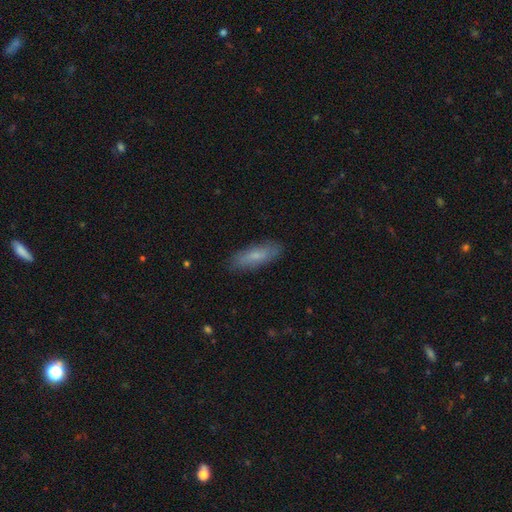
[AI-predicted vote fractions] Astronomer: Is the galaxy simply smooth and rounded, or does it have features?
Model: smooth — 73%.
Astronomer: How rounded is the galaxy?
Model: in between — 51% (runner-up: cigar-shaped, 47%).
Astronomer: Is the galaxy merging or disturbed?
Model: none — 85%.